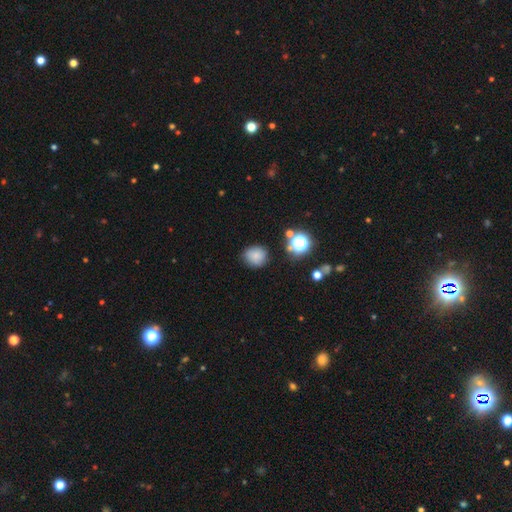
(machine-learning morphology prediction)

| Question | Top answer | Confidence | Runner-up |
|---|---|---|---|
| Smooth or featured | smooth | 77% | star or artifact (15%) |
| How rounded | round | 81% | in between (18%) |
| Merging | none | 80% | minor disturbance (13%) |